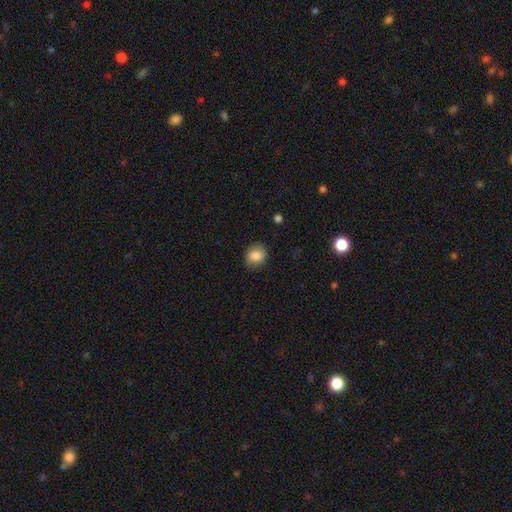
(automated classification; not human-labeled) Smooth or featured: smooth — 83% (star or artifact — 9%)
How rounded: round — 68% (in between — 31%)
Merging: none — 78% (minor disturbance — 17%)